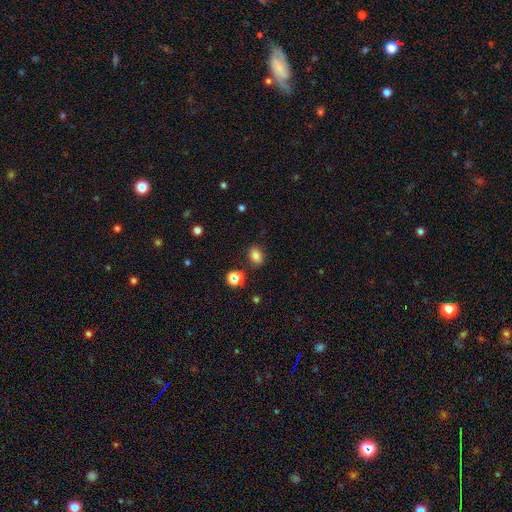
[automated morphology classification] type=smooth (79%); roundness=in between (65%); merging=none (84%).